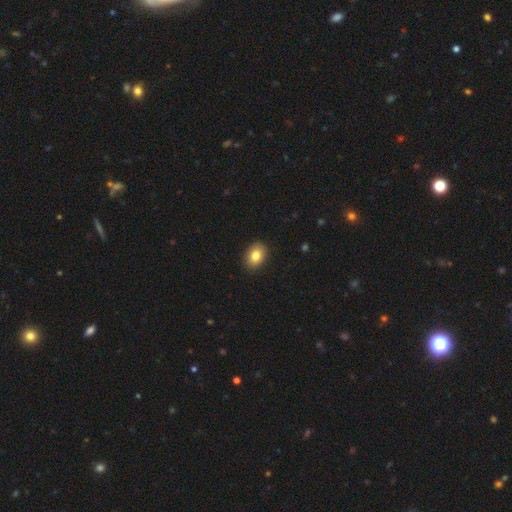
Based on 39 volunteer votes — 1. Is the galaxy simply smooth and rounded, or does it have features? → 85% smooth, 10% star or artifact, 5% featured or disk.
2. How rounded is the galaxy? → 88% in between, 12% round, 0% cigar-shaped.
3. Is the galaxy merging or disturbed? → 89% none, 11% minor disturbance, 0% major disturbance, 0% merger.